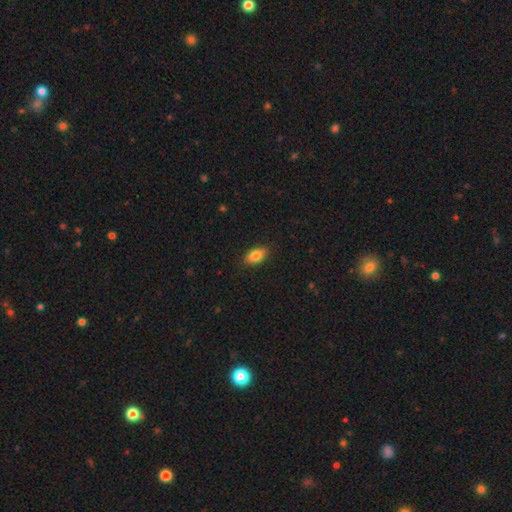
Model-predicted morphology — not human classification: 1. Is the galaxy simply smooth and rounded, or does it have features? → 83% smooth, 9% featured or disk, 7% star or artifact.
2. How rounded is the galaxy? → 90% in between, 6% round, 4% cigar-shaped.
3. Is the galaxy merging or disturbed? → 87% none, 10% minor disturbance, 2% major disturbance, 1% merger.